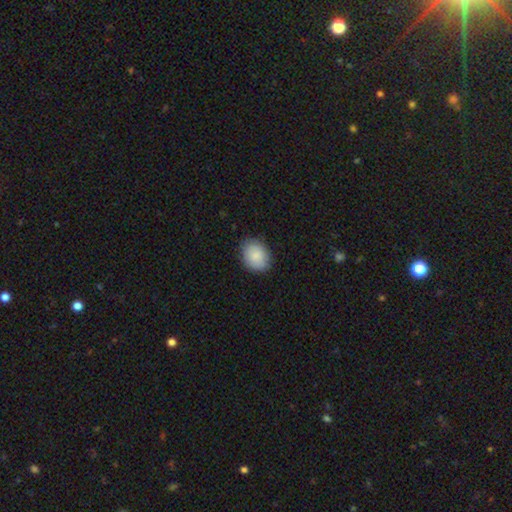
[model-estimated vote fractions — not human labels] Overall: smooth (89%). How rounded: in between (64%; round 35%). Merging: none (84%).